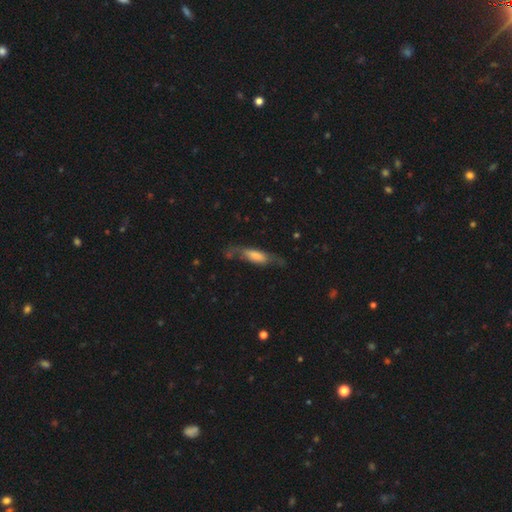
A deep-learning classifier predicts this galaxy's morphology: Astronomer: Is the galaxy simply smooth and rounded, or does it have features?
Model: smooth — 50% (runner-up: featured or disk, 43%).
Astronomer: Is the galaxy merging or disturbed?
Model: none — 54%.